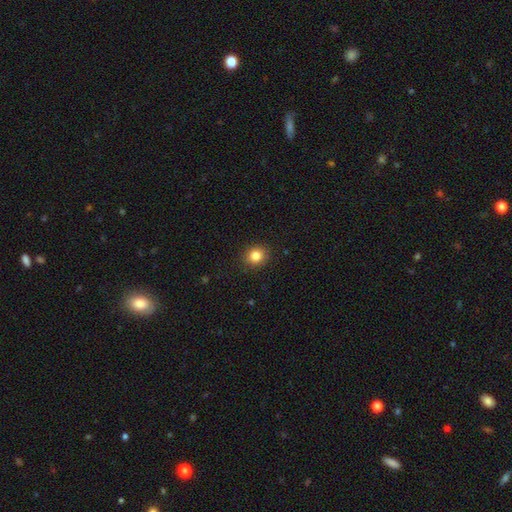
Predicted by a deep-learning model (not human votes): smooth 84%, star or artifact 11%, featured or disk 5%. Down the decision tree: how rounded — round (82%); merging — none (90%).